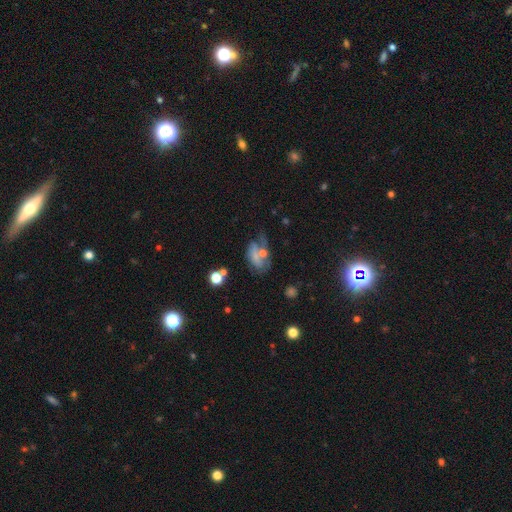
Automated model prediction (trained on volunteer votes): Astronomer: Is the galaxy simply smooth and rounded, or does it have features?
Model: featured or disk — 44% (runner-up: smooth, 43%).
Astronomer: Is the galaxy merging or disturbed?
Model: none — 31% (runner-up: major disturbance, 27%).